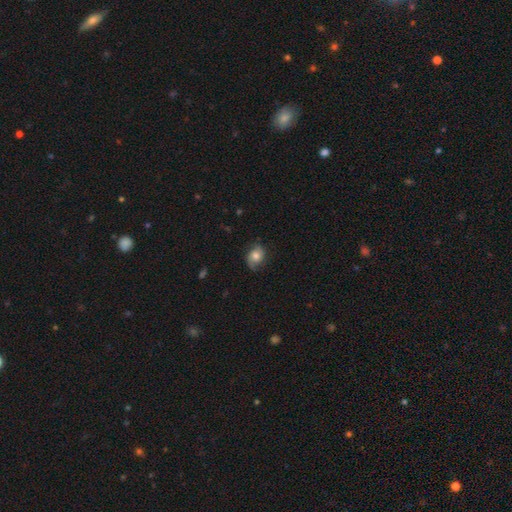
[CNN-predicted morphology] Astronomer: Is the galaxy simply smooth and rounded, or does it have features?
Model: smooth — 49% (runner-up: featured or disk, 42%).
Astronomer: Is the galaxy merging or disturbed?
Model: none — 69%.